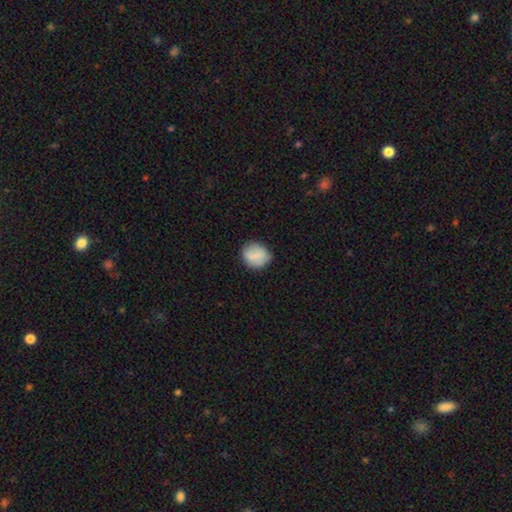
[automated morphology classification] Smooth or featured?
  - smooth: 79% *
  - featured or disk: 13%
  - star or artifact: 7%
How rounded?
  - round: 80% *
  - in between: 19%
  - cigar-shaped: 1%
Merging?
  - none: 80% *
  - minor disturbance: 15%
  - major disturbance: 3%
  - merger: 1%